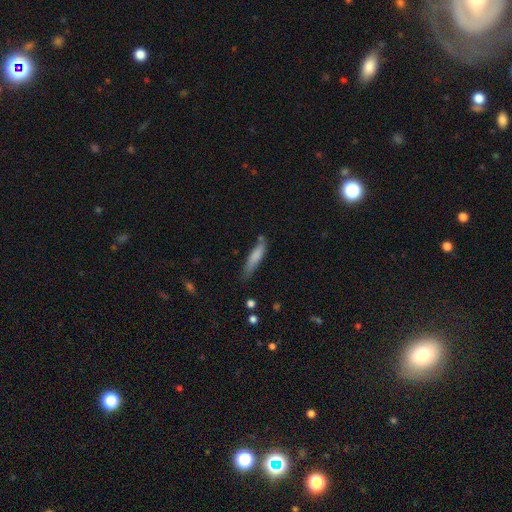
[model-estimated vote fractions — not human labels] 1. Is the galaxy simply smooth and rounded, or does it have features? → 77% smooth, 17% featured or disk, 6% star or artifact.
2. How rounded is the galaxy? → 81% cigar-shaped, 18% in between, 1% round.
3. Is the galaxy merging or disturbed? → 63% none, 26% minor disturbance, 5% major disturbance, 5% merger.